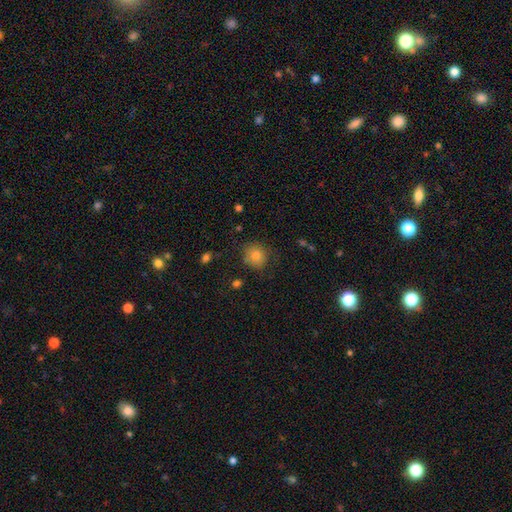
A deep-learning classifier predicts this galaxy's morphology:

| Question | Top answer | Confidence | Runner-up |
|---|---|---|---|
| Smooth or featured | smooth | 82% | star or artifact (11%) |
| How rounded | round | 78% | in between (21%) |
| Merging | none | 75% | minor disturbance (17%) |